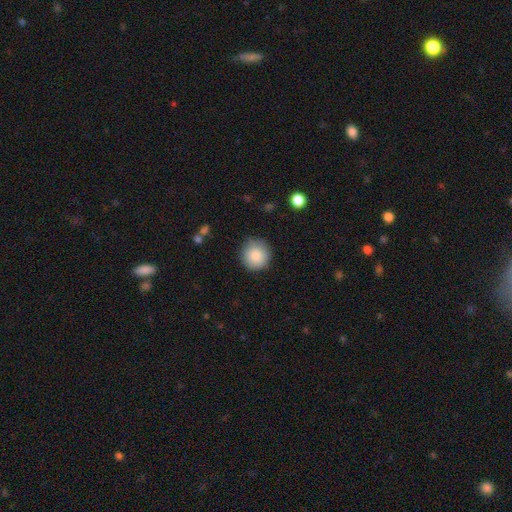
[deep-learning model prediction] Q: Smooth or featured?
A: smooth (87%); runner-up: star or artifact (8%)
Q: How rounded?
A: round (94%); runner-up: in between (5%)
Q: Merging?
A: none (86%); runner-up: minor disturbance (11%)